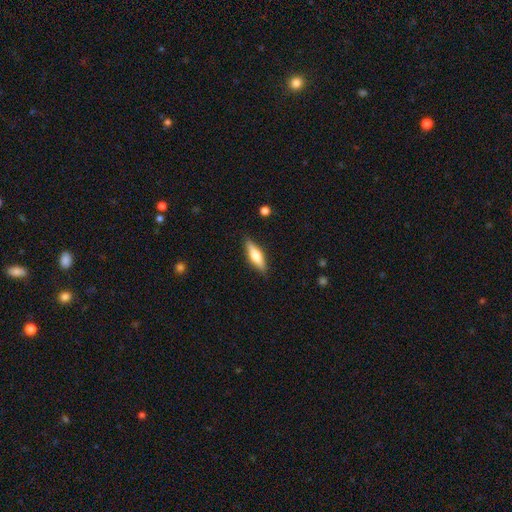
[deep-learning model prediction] A smooth galaxy with no disk features (51%) that is cigar-shaped (58%).

Vote fractions:
- Smooth or featured? smooth: 51% / featured or disk: 44% / star or artifact: 6%
- How rounded? cigar-shaped: 58% / in between: 39% / round: 2%
- Merging? none: 87% / minor disturbance: 10% / major disturbance: 2% / merger: 1%